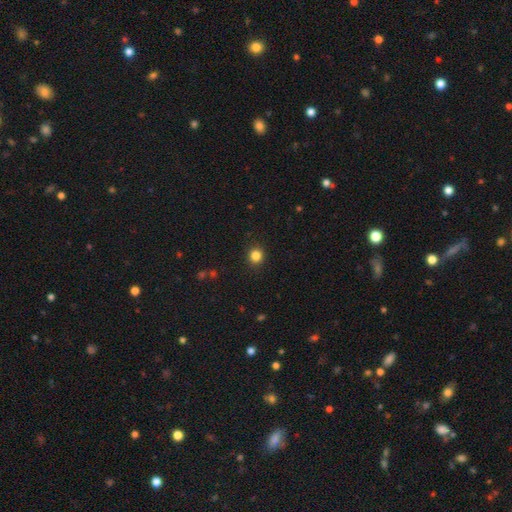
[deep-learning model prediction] The model was most divided on "smooth or featured": smooth: 83%, star or artifact: 12%, featured or disk: 4%. More confident: merging — none (91%); how rounded — round (90%).